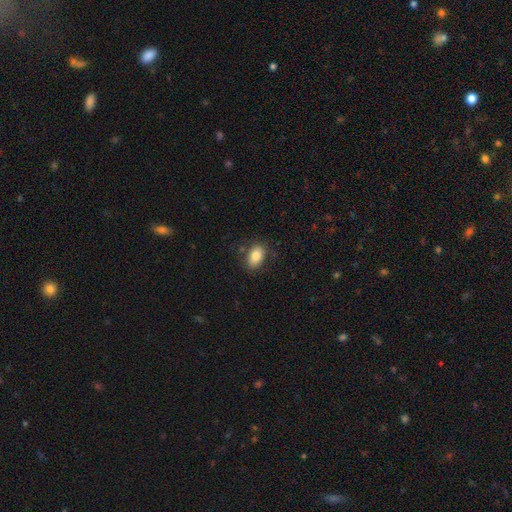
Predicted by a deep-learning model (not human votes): smooth-or-featured: smooth: 82% | featured or disk: 10% | star or artifact: 8%
  how-rounded: in between: 85% | round: 14% | cigar-shaped: 1%
  merging: none: 80% | minor disturbance: 14% | major disturbance: 4% | merger: 2%